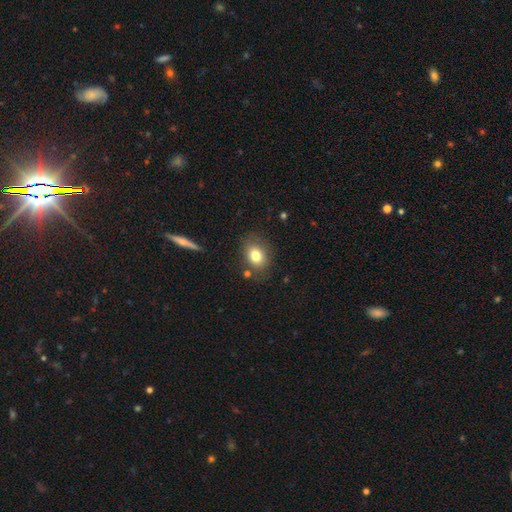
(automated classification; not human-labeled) smooth-or-featured: smooth: 78% | featured or disk: 12% | star or artifact: 10%
  how-rounded: in between: 56% | round: 43% | cigar-shaped: 1%
  merging: none: 77% | minor disturbance: 14% | major disturbance: 5% | merger: 5%